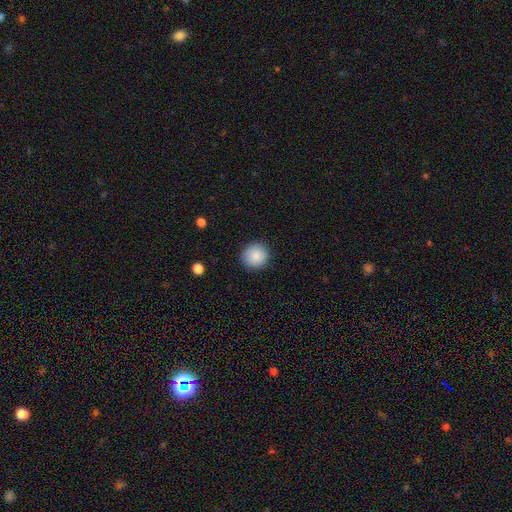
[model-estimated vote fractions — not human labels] Smooth or featured: smooth — 87% (star or artifact — 8%)
How rounded: round — 94% (in between — 5%)
Merging: none — 91% (minor disturbance — 6%)